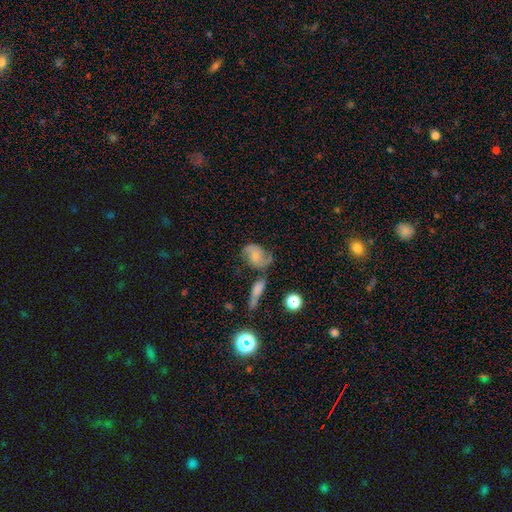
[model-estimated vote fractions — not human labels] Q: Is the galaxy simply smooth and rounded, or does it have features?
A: featured or disk — 62%.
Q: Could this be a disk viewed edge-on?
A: no — 96%.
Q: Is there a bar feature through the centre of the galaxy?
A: no — 70%.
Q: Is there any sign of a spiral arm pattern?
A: yes — 90%.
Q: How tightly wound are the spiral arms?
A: loose — 41%, tied with medium.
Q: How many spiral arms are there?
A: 2 — 85%.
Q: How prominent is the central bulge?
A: small — 54%.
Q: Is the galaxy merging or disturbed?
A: none — 48%.